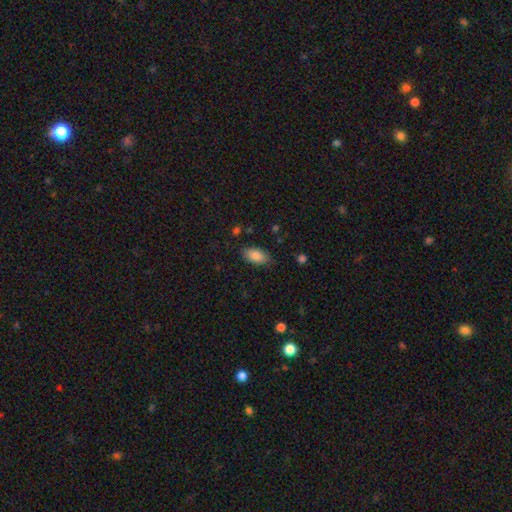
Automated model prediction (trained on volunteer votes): smooth 87%, star or artifact 7%, featured or disk 6%. Down the decision tree: how rounded — in between (93%); merging — none (82%).